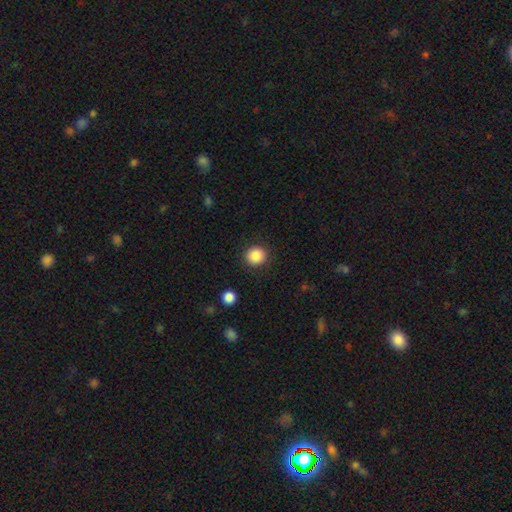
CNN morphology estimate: Overall: smooth (87%). How rounded: round (87%). Merging: none (90%).